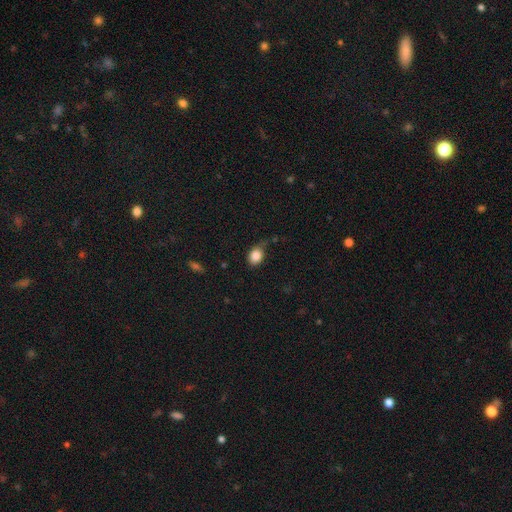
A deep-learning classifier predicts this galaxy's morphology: smooth 85%, star or artifact 9%, featured or disk 6%. Down the decision tree: how rounded — in between (59%); merging — none (59%).